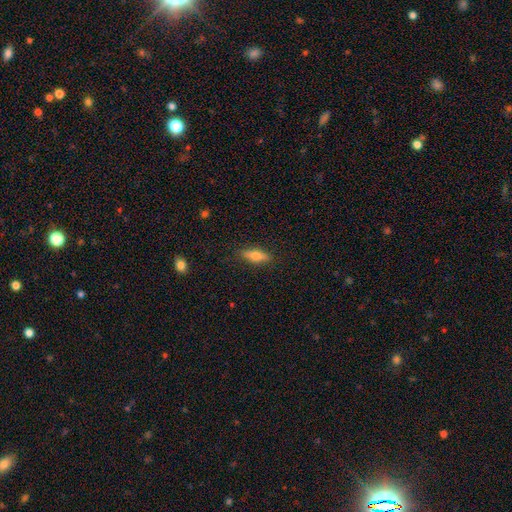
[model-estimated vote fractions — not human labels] Smooth or featured?
  - smooth: 64% *
  - featured or disk: 29%
  - star or artifact: 7%
How rounded?
  - cigar-shaped: 50% *
  - in between: 47%
  - round: 3%
Merging?
  - none: 87% *
  - minor disturbance: 10%
  - major disturbance: 2%
  - merger: 1%